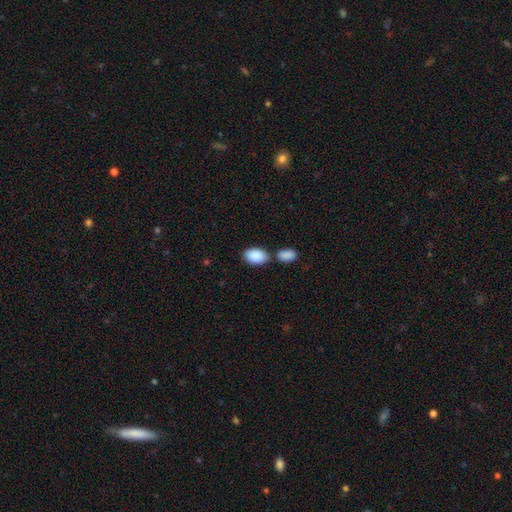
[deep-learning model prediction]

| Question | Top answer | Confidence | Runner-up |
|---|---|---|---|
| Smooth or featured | smooth | 90% | star or artifact (6%) |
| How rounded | in between | 93% | round (6%) |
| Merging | none | 59% | merger (25%) |